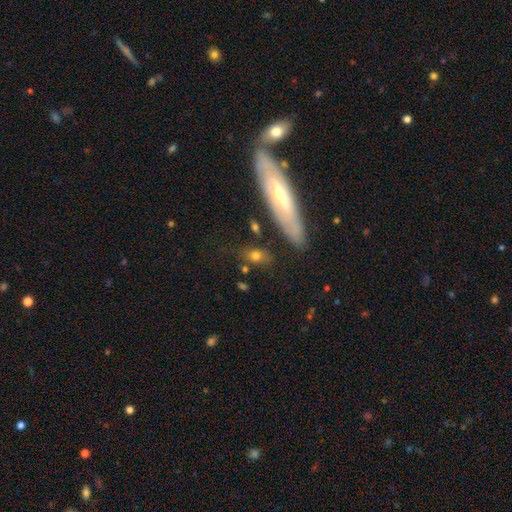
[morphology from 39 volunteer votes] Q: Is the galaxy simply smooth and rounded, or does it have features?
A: smooth — 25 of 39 (64%).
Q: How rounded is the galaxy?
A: in between — 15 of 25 (60%).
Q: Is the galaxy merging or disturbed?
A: none — 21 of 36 (58%).